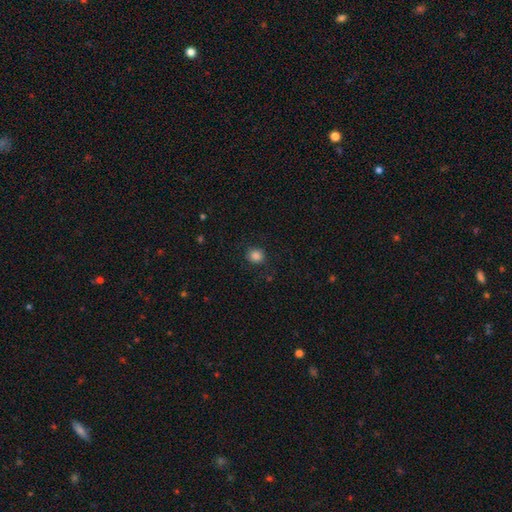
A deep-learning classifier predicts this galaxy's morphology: smooth_or_featured: smooth (p=0.86) [alt: star or artifact p=0.11]
how_rounded: round (p=0.85) [alt: in between p=0.14]
merging: none (p=0.88) [alt: minor disturbance p=0.08]